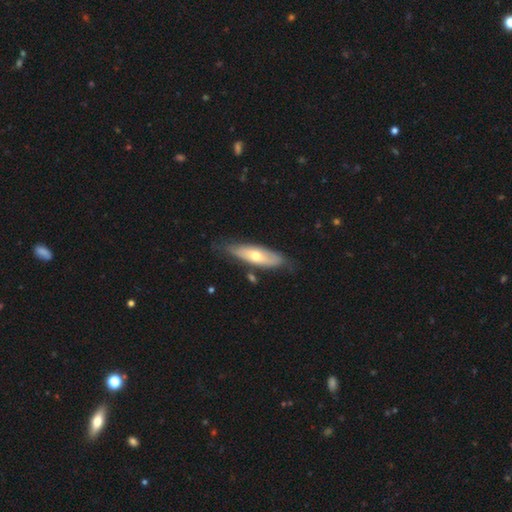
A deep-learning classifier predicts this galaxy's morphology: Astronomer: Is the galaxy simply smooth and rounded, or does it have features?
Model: smooth — 48% (runner-up: featured or disk, 46%).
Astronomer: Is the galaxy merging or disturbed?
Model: none — 73%.